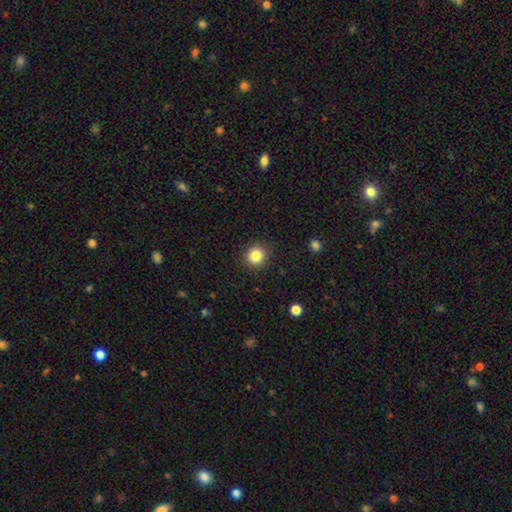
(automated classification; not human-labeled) A smooth galaxy with no disk features (84%) that is round (91%).

Vote fractions:
- Smooth or featured? smooth: 84% / star or artifact: 11% / featured or disk: 5%
- How rounded? round: 91% / in between: 8% / cigar-shaped: 1%
- Merging? none: 89% / minor disturbance: 7% / major disturbance: 2% / merger: 1%